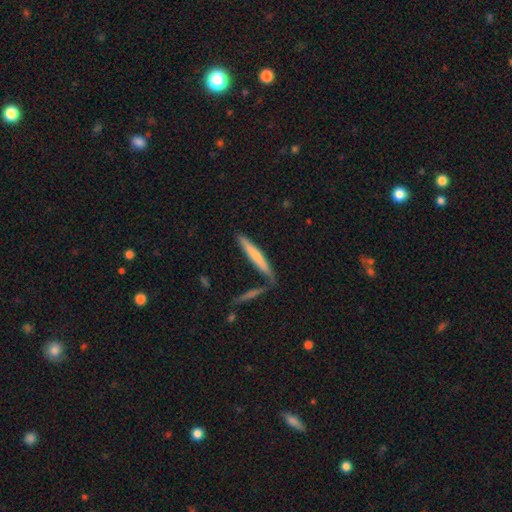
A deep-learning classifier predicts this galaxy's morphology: Smooth or featured? smooth (62%)
How rounded? cigar-shaped (93%)
Merging? none (71%)